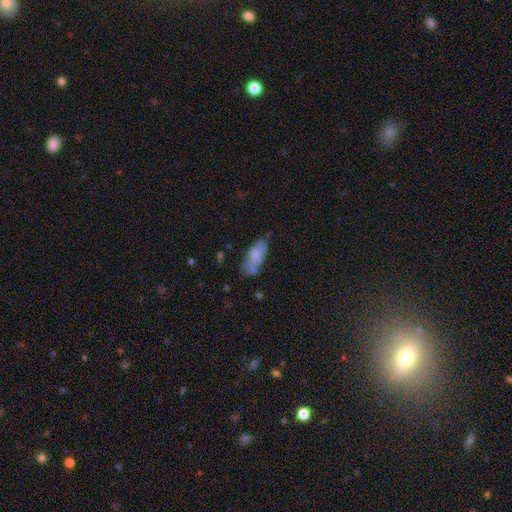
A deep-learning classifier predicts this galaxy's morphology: smooth_or_featured: smooth (p=0.72) [alt: featured or disk p=0.20]
how_rounded: in between (p=0.79) [alt: cigar-shaped p=0.19]
merging: none (p=0.50) [alt: minor disturbance p=0.28]